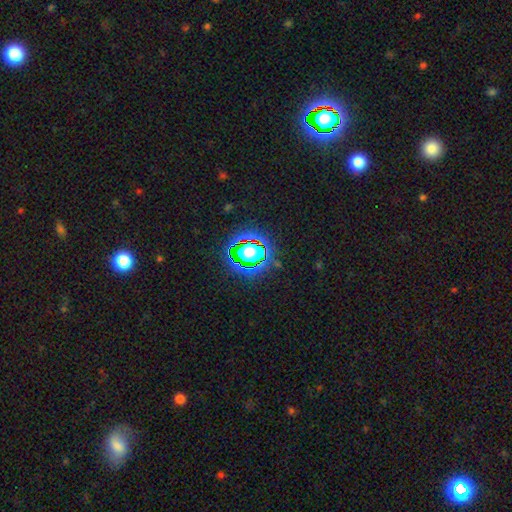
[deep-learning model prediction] star or artifact 77%, smooth 15%, featured or disk 8%.